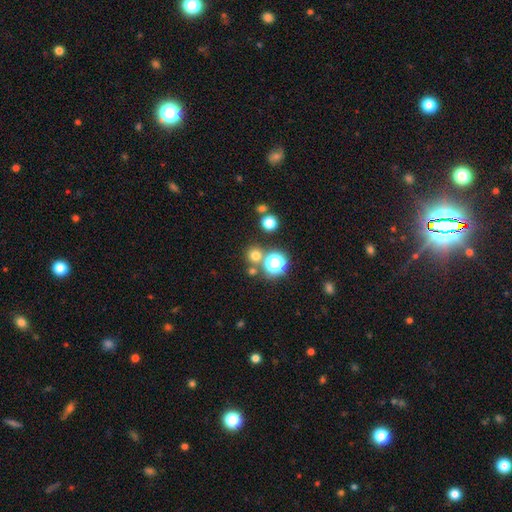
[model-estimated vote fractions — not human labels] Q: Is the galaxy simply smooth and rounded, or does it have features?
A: smooth — 69%.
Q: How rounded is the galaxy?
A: round — 92%.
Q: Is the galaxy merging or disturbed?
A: none — 76%.